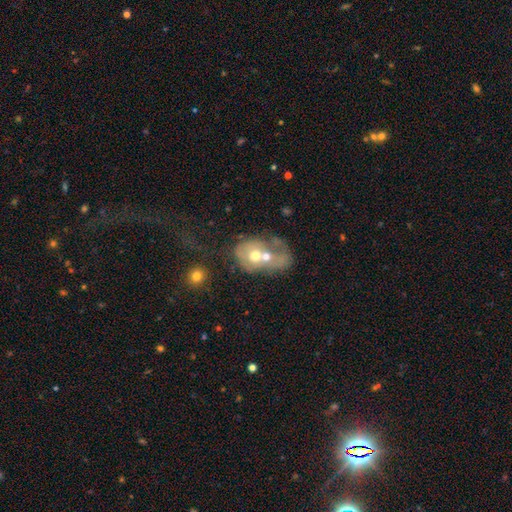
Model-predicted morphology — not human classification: Overall: smooth (46%; featured or disk 43%). Merging: merger (71%).